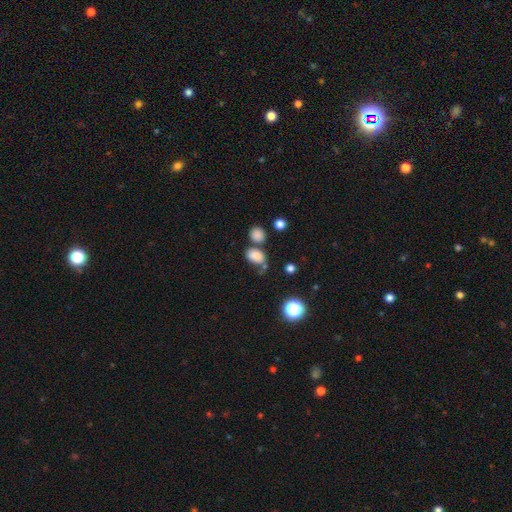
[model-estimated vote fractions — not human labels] Smooth or featured? Predicted: smooth (p=0.82). How rounded? Predicted: in between (p=0.72). Merging? Predicted: none (p=0.50).